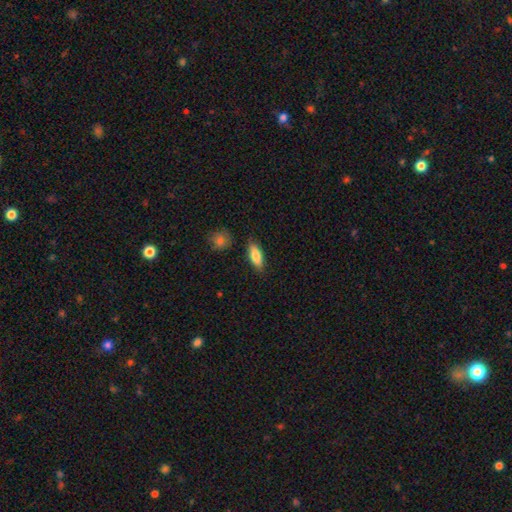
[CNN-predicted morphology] Smooth or featured?
  - smooth: 83% *
  - featured or disk: 11%
  - star or artifact: 6%
How rounded?
  - in between: 73% *
  - cigar-shaped: 25%
  - round: 3%
Merging?
  - none: 84% *
  - minor disturbance: 11%
  - major disturbance: 2%
  - merger: 2%